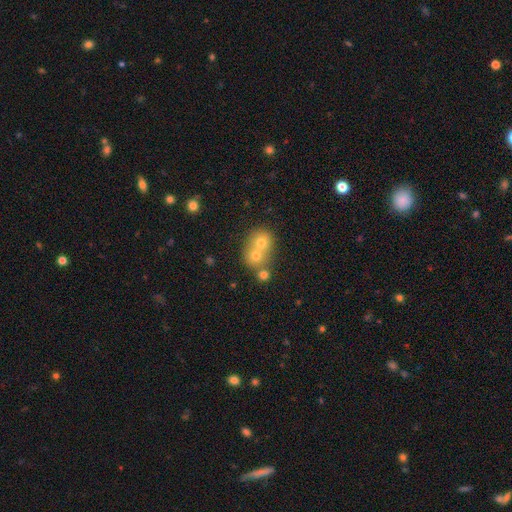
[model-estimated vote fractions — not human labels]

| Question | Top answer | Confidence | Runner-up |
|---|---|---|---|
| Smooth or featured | smooth | 67% | featured or disk (20%) |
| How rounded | round | 75% | in between (24%) |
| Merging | merger | 64% | none (28%) |